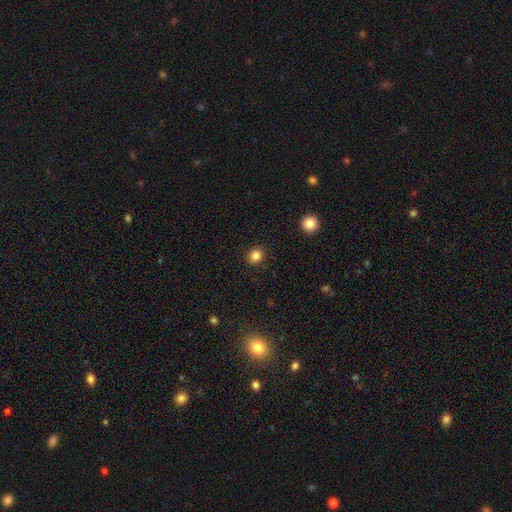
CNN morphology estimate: Smooth or featured: smooth — 83% (star or artifact — 12%)
How rounded: round — 78% (in between — 21%)
Merging: none — 90% (minor disturbance — 7%)